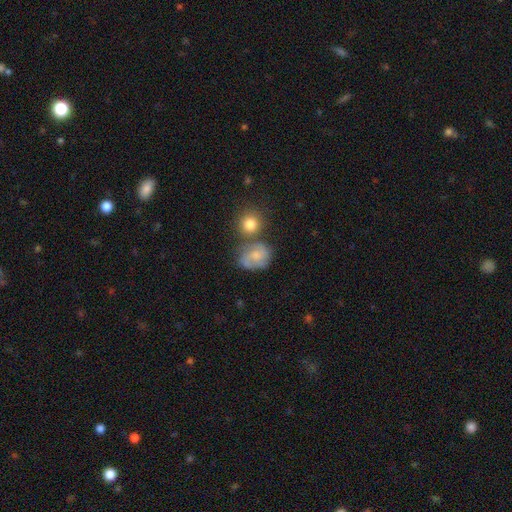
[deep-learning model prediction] The model was most divided on "smooth or featured": featured or disk: 47%, smooth: 43%, star or artifact: 9%. More confident: merging — none (52%).